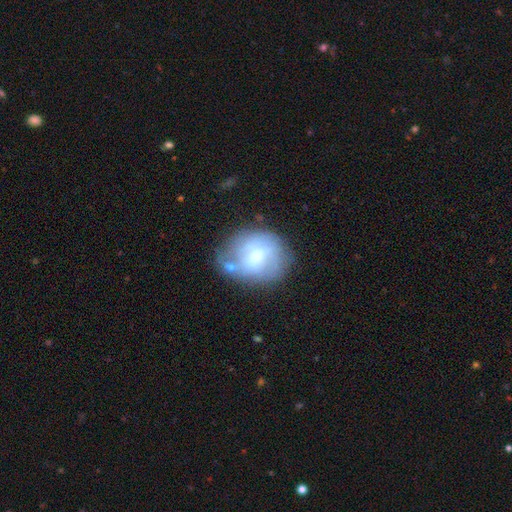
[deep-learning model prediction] Morphology: type=smooth (51%); roundness=round (67%); merging=none (56%).